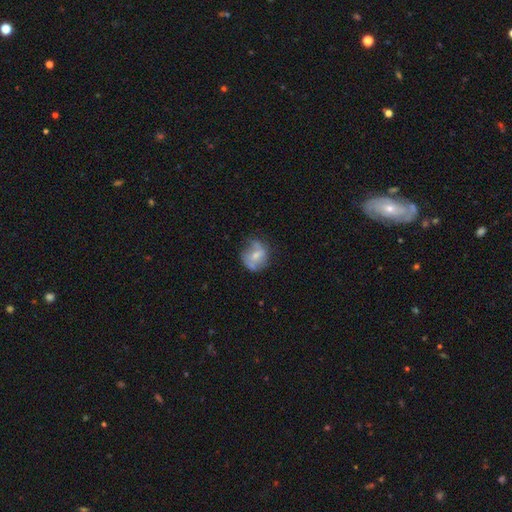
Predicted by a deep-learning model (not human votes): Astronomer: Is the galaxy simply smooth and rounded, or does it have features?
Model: smooth — 47% (runner-up: featured or disk, 45%).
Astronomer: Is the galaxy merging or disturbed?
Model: none — 54%.